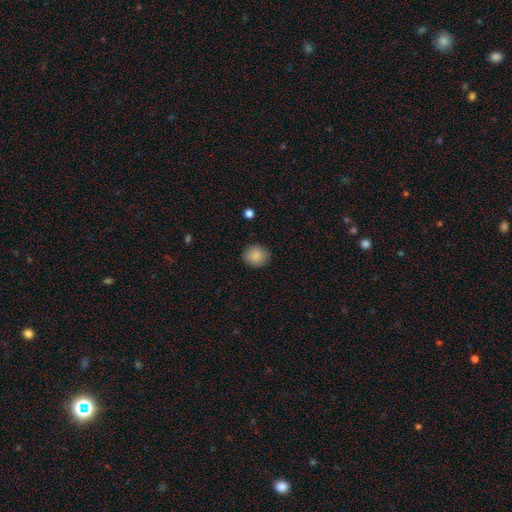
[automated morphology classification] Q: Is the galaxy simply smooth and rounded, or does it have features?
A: smooth — 88%.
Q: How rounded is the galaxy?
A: round — 78%.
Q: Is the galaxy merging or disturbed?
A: none — 89%.